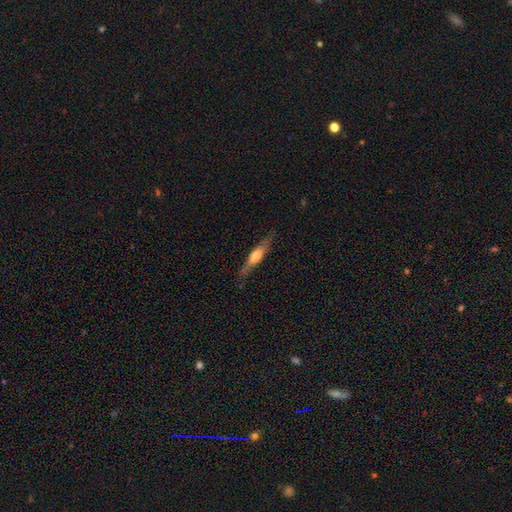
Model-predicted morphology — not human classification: Overall: featured or disk (48%; smooth 46%). Merging: none (80%).